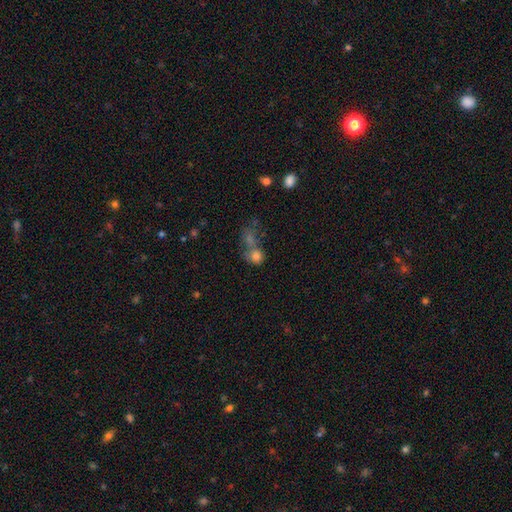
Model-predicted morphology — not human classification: A smooth galaxy with no disk features (77%) that is round (72%).

Vote fractions:
- Smooth or featured? smooth: 77% / star or artifact: 13% / featured or disk: 11%
- How rounded? round: 72% / in between: 26% / cigar-shaped: 2%
- Merging? merger: 50% / none: 31% / minor disturbance: 10% / major disturbance: 8%